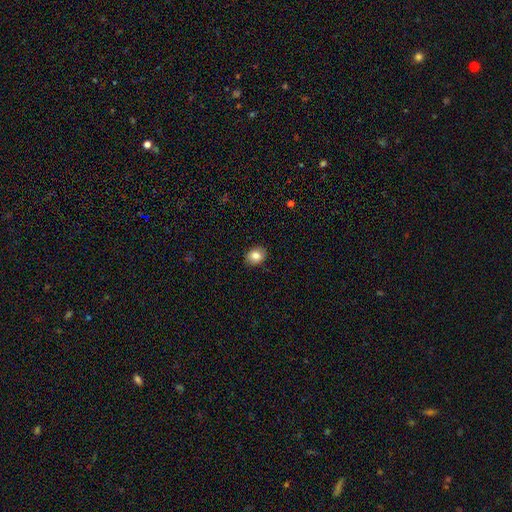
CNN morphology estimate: Smooth or featured: smooth — 84% (star or artifact — 9%)
How rounded: in between — 52% (round — 47%)
Merging: none — 88% (minor disturbance — 9%)